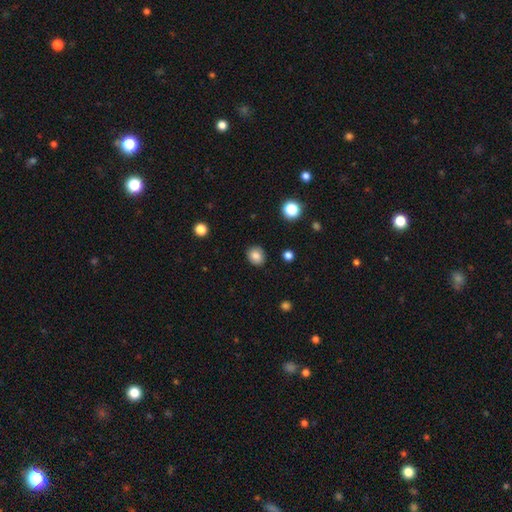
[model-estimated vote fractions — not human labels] smooth 83%, star or artifact 10%, featured or disk 7%. Down the decision tree: how rounded — round (71%); merging — none (88%).